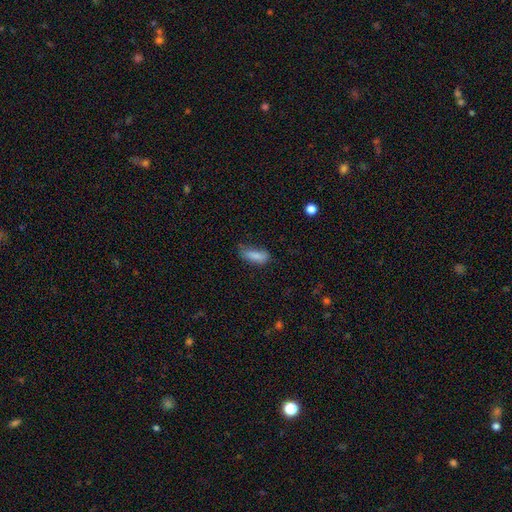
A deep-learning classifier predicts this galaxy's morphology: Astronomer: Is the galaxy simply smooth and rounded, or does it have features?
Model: smooth — 82%.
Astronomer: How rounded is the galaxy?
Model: in between — 66%.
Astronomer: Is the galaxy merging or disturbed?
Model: none — 50% (runner-up: minor disturbance, 34%).